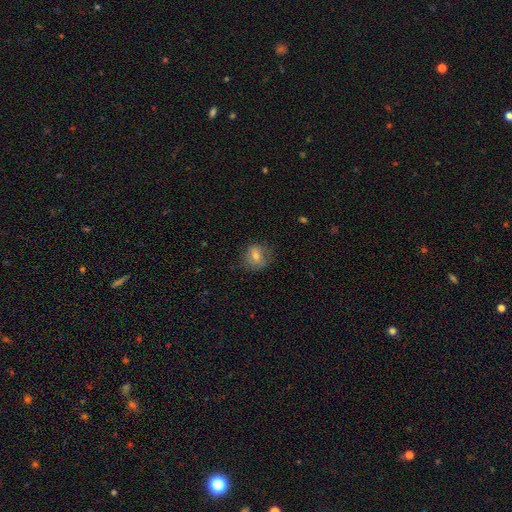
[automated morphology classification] Overall: smooth (69%). How rounded: round (66%; in between 33%). Merging: none (70%).